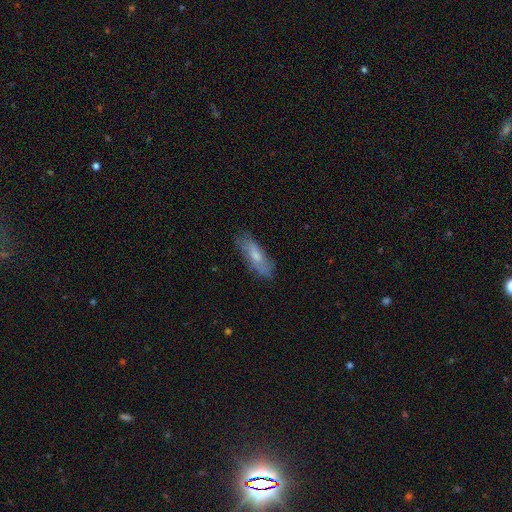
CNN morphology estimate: A smooth galaxy with no disk features (57%) that is in between round and cigar-shaped (55%). Merging: none (73%).